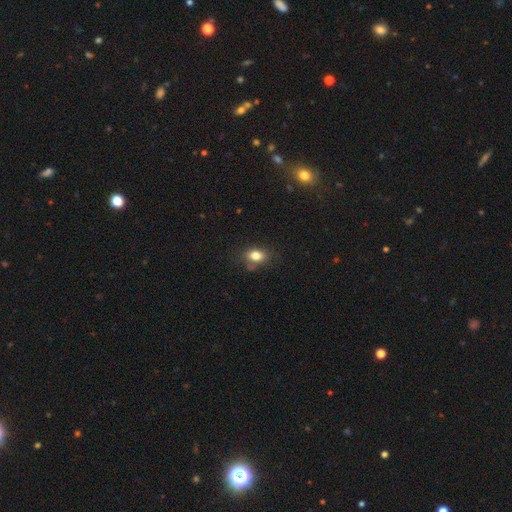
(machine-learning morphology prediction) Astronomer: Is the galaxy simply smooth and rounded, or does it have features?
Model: smooth — 81%.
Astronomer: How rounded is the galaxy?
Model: in between — 76%.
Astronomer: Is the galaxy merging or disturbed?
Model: none — 69%.